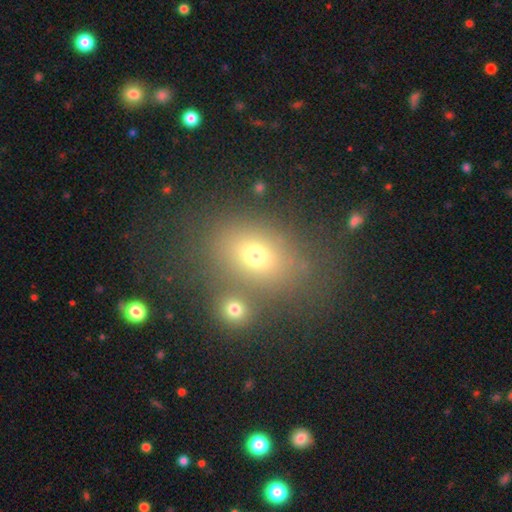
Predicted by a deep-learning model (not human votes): Smooth or featured: smooth — 65% (star or artifact — 19%)
How rounded: in between — 68% (round — 30%)
Merging: none — 66% (merger — 15%)